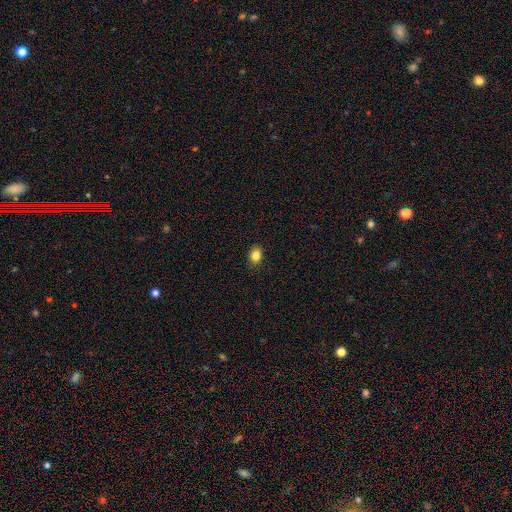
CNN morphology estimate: A smooth galaxy with no disk features (84%) that is in between round and cigar-shaped (61%).

Vote fractions:
- Smooth or featured? smooth: 84% / star or artifact: 11% / featured or disk: 6%
- How rounded? in between: 61% / round: 38% / cigar-shaped: 1%
- Merging? none: 89% / minor disturbance: 8% / major disturbance: 2% / merger: 1%